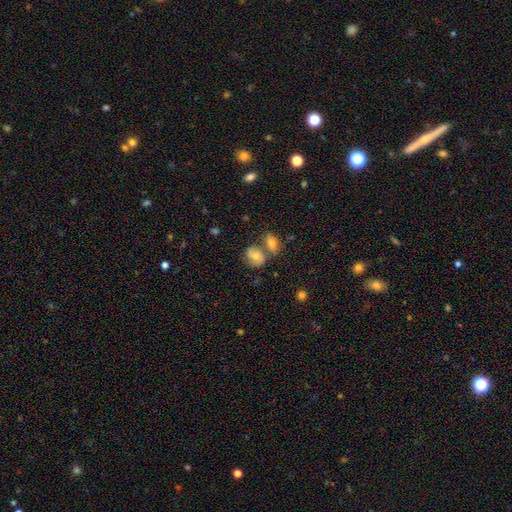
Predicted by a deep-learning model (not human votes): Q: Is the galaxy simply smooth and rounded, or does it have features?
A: smooth — 55%.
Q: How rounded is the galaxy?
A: in between — 55%.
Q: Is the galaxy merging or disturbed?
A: none — 53%.